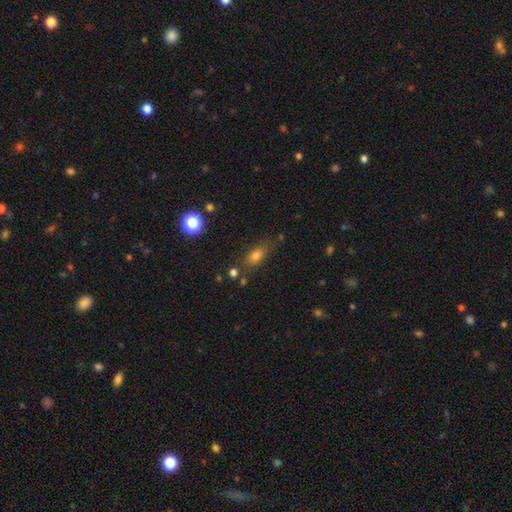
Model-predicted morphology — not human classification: The model was most divided on "merging": none: 69%, minor disturbance: 18%, major disturbance: 7%, merger: 6%. More confident: smooth or featured — smooth (73%); how rounded — in between (71%).